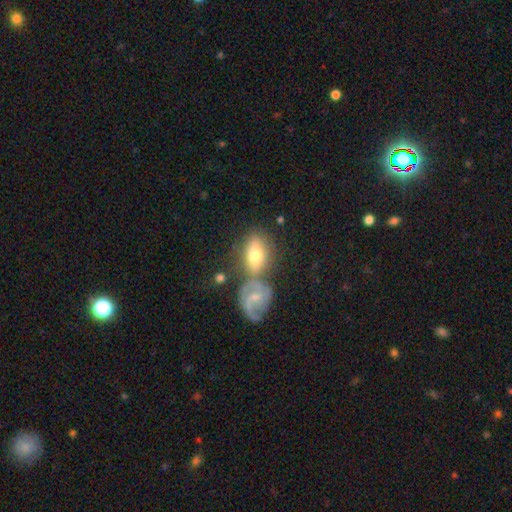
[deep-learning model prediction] The model was most divided on "merging": none: 42%, merger: 37%, minor disturbance: 14%, major disturbance: 7%. More confident: how rounded — in between (76%); smooth or featured — smooth (51%).